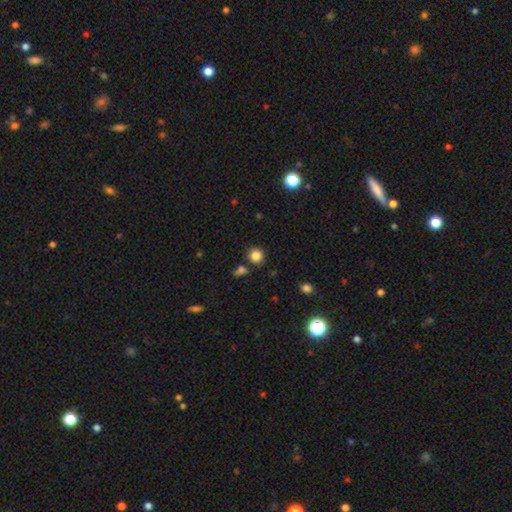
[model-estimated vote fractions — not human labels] Q: Smooth or featured?
A: smooth (84%); runner-up: star or artifact (11%)
Q: How rounded?
A: round (89%); runner-up: in between (10%)
Q: Merging?
A: none (82%); runner-up: minor disturbance (9%)